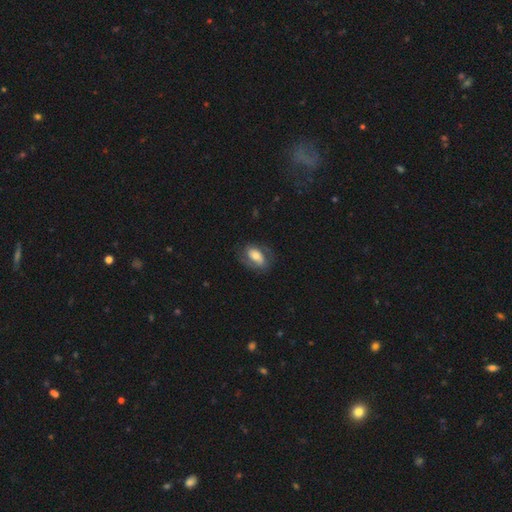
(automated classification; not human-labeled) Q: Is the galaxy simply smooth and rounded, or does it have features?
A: smooth — 48%.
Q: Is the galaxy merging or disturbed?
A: none — 69%.